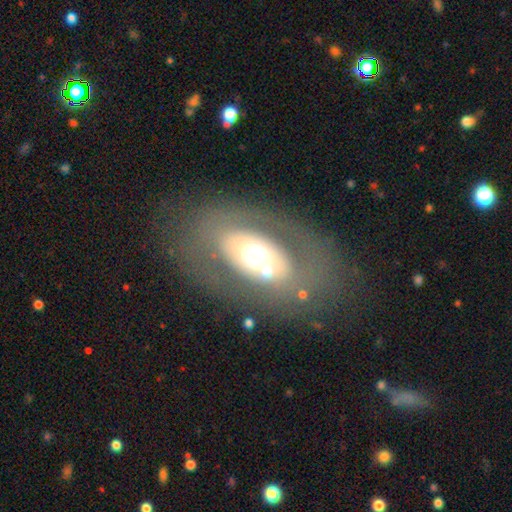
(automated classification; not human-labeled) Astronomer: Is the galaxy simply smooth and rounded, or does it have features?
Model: featured or disk — 45% (runner-up: smooth, 43%).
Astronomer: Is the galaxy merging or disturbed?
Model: none — 72%.